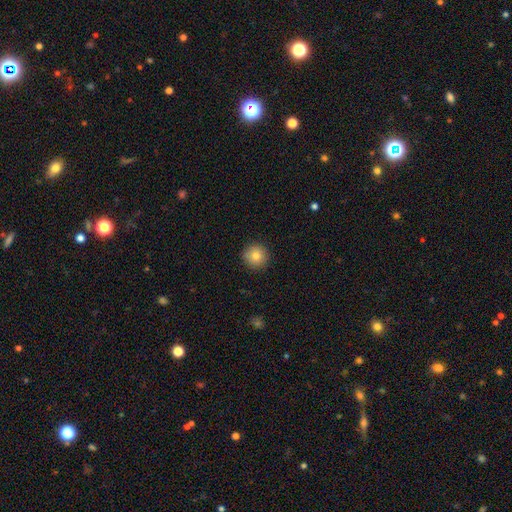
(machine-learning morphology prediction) This is clearly a smooth galaxy (81%). How rounded: clearly round (95%). Merging: clearly none (92%).